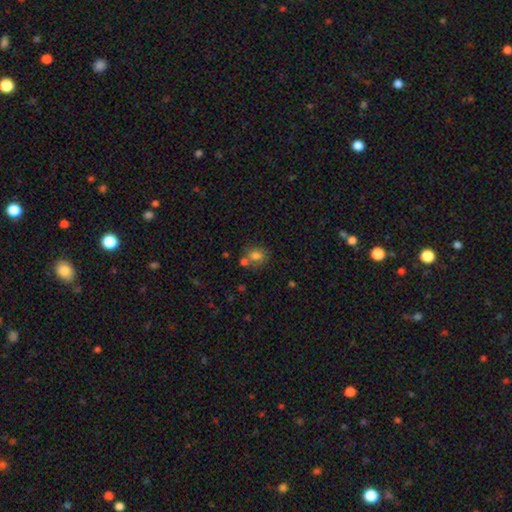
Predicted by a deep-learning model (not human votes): This appears to be a smooth galaxy with no disk features (78%) that is round (53%). Merging: none (54%).